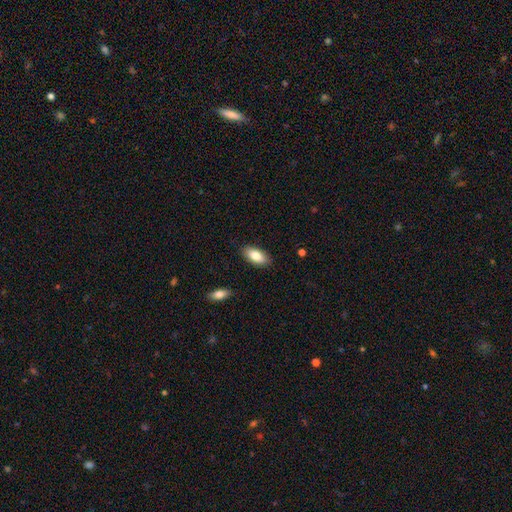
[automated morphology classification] Smooth or featured? Predicted: smooth (p=0.83). How rounded? Predicted: in between (p=0.91). Merging? Predicted: none (p=0.88).